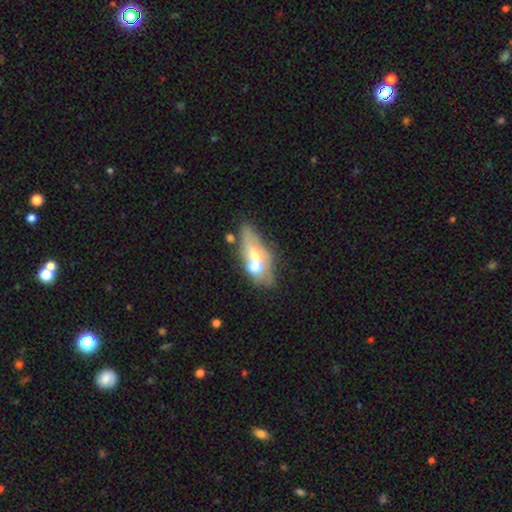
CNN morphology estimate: smooth_or_featured: smooth (p=0.44) [alt: featured or disk p=0.43]
merging: none (p=0.42) [alt: merger p=0.28]